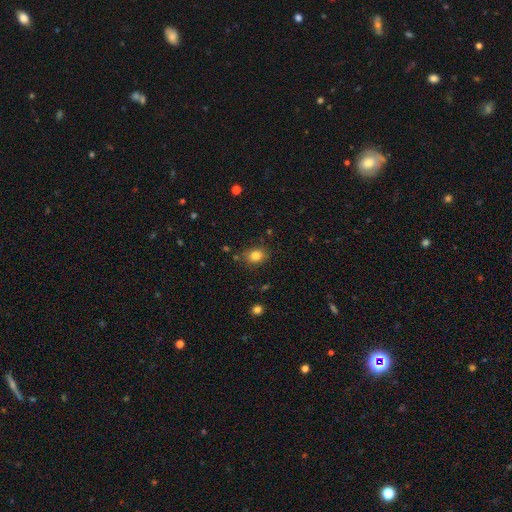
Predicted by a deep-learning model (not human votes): Smooth or featured?
  - smooth: 81% *
  - star or artifact: 12%
  - featured or disk: 7%
How rounded?
  - in between: 50% *
  - round: 49%
  - cigar-shaped: 1%
Merging?
  - none: 82% *
  - minor disturbance: 12%
  - major disturbance: 3%
  - merger: 3%